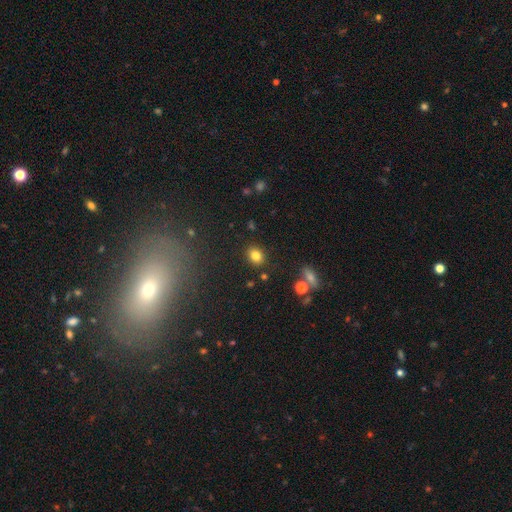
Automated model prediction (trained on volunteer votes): smooth 81%, star or artifact 12%, featured or disk 7%. Down the decision tree: how rounded — in between (50%); merging — none (85%).